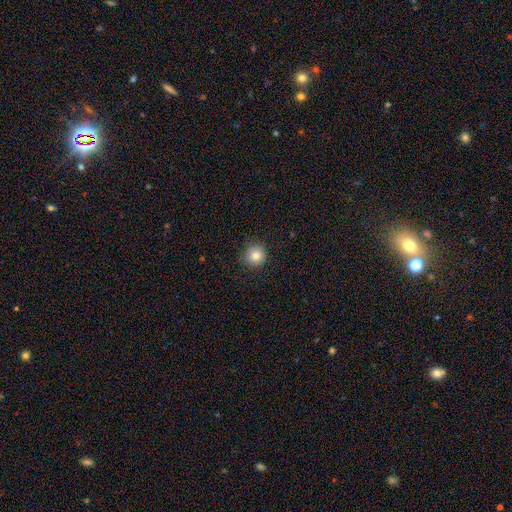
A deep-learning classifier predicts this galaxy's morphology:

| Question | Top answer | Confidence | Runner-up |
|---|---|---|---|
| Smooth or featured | smooth | 82% | star or artifact (10%) |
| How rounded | round | 94% | in between (5%) |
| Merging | none | 89% | minor disturbance (8%) |